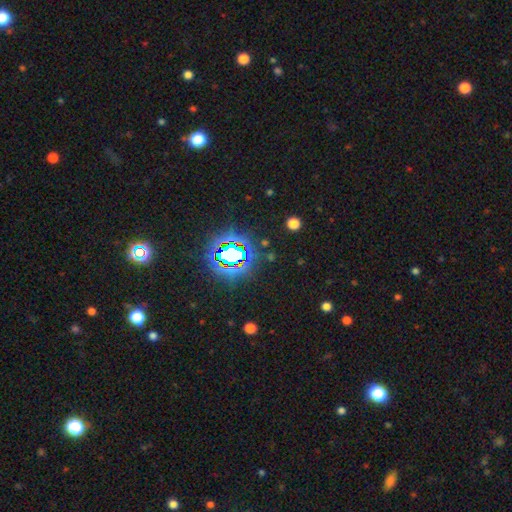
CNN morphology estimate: A star or artifact, not a galaxy (77%).

Vote fractions:
- Smooth or featured? star or artifact: 77% / smooth: 14% / featured or disk: 9%